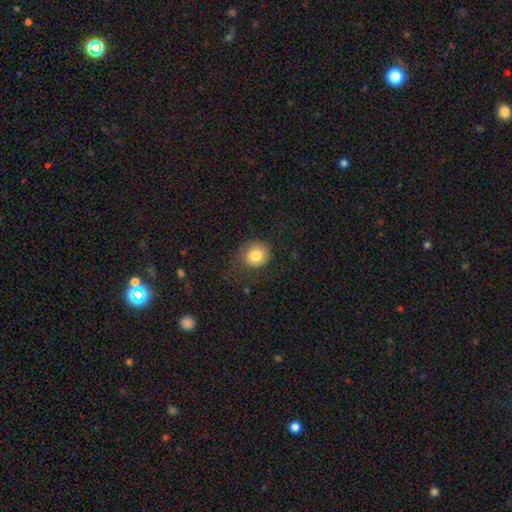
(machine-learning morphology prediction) type=smooth (80%); roundness=round (85%); merging=none (70%).